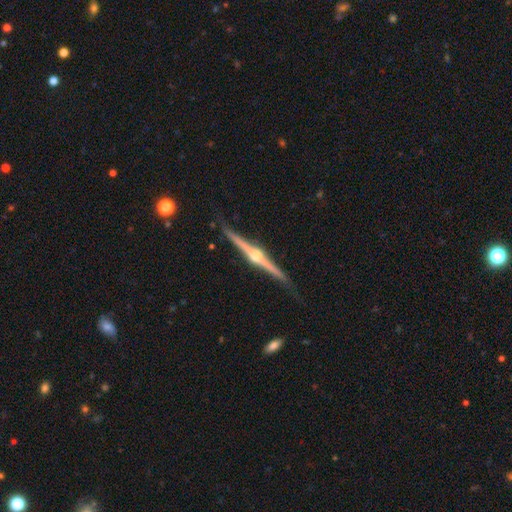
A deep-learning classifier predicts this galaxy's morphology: This is clearly a featured or disk galaxy (90%). It is clearly viewed edge-on (99%). Edge-on bulge: clearly rounded (95%). Merging: clearly none (86%).